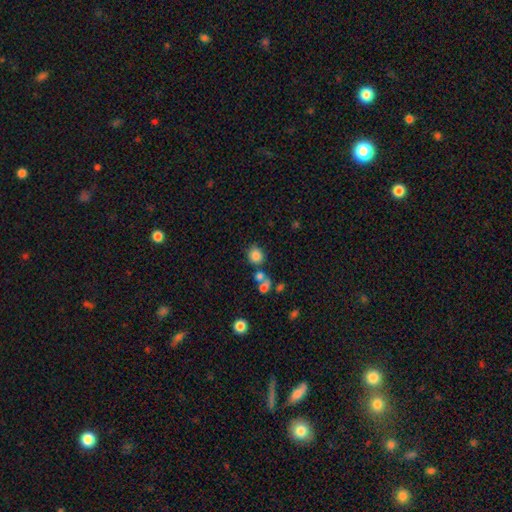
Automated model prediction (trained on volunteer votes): Overall: smooth (82%). How rounded: round (79%). Merging: none (65%).